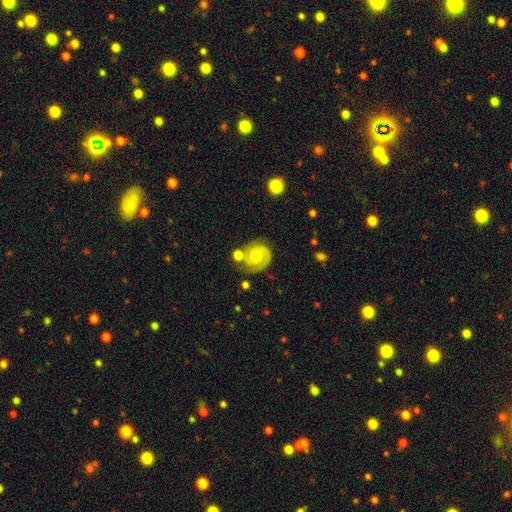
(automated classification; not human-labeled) Overall: featured or disk (71%). Edge-on disk: no (98%). Bar: no (73%). Spiral arms: yes (92%). Spiral arm count: 2 (57%; 1 25%). Spiral winding: tight (58%; medium 33%). Bulge size: small (49%; moderate 38%). Merging: none (59%).